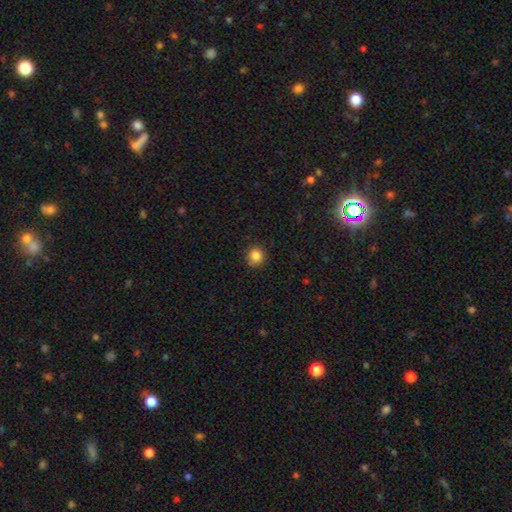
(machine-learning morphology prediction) A smooth galaxy with no disk features (84%) that is round (90%). Merging: none (84%).